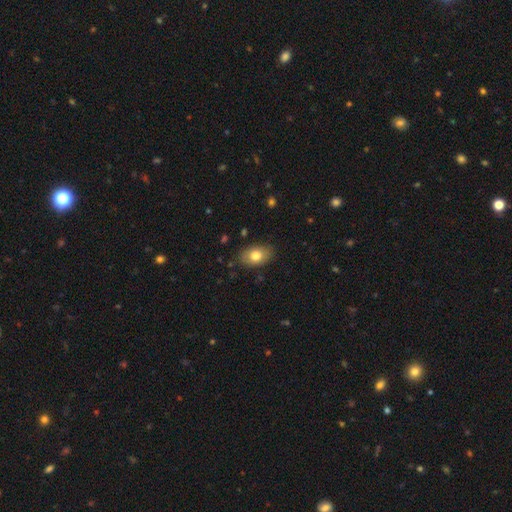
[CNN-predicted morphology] smooth 78%, featured or disk 14%, star or artifact 7%. Down the decision tree: how rounded — in between (88%); merging — none (85%).